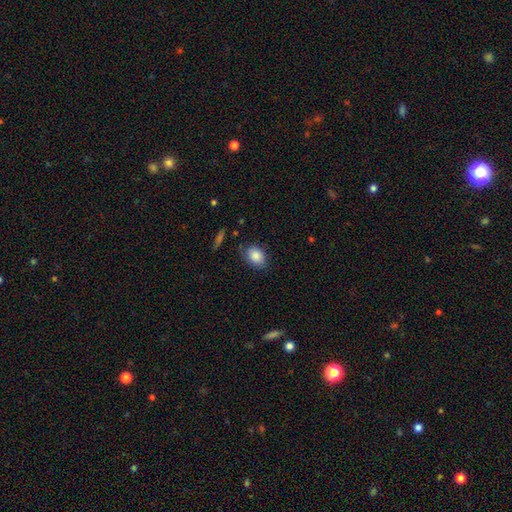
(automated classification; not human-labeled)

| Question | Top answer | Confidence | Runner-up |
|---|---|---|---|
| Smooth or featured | smooth | 86% | star or artifact (8%) |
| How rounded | in between | 73% | round (25%) |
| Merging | none | 76% | minor disturbance (18%) |